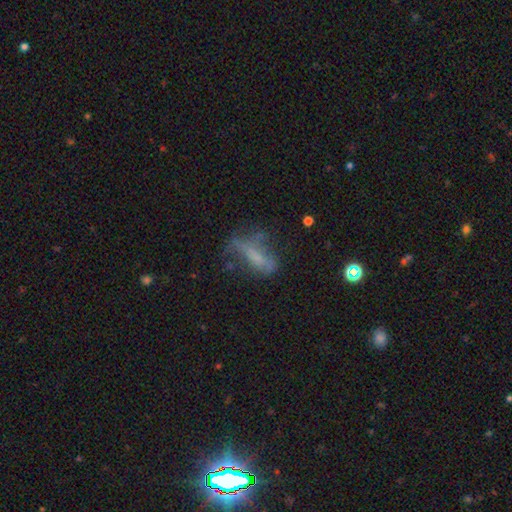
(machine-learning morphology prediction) smooth 42% (tied), featured or disk 42% (tied), star or artifact 16%. Down the decision tree: merging — none (37%).